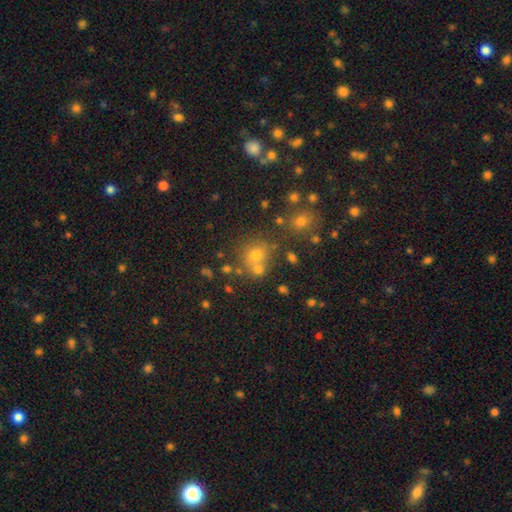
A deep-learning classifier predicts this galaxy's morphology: Overall: smooth (64%). How rounded: round (82%). Merging: none (56%; merger 30%).